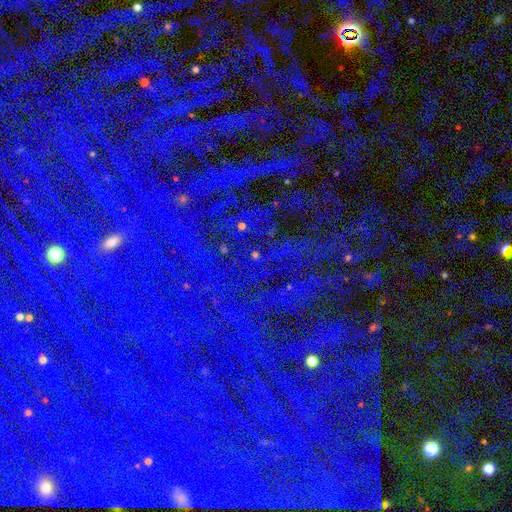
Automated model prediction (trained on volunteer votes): This is clearly a star or artifact rather than a galaxy (81%).